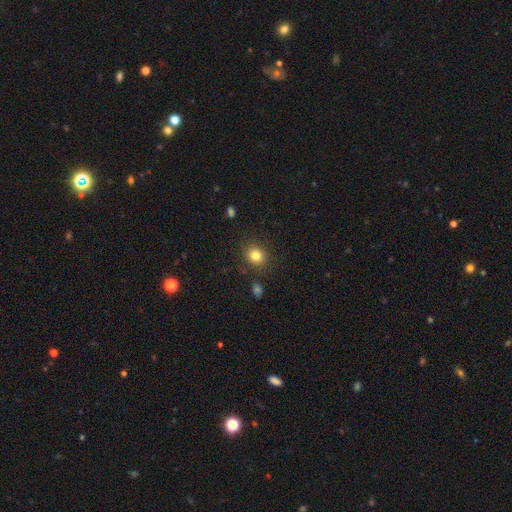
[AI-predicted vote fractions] Overall: smooth (82%). How rounded: round (80%). Merging: none (86%).